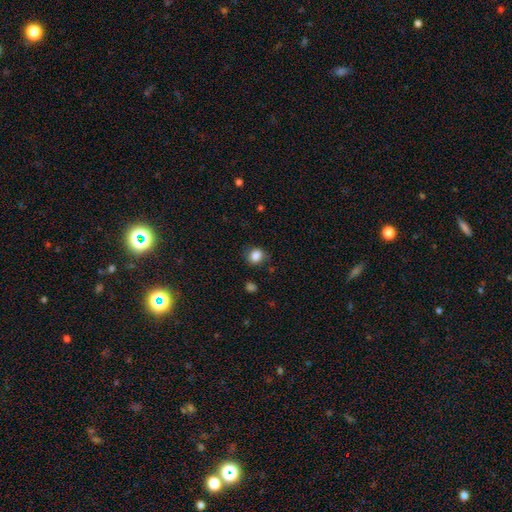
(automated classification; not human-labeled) Smooth or featured? smooth (86%)
How rounded? round (64%)
Merging? none (79%)